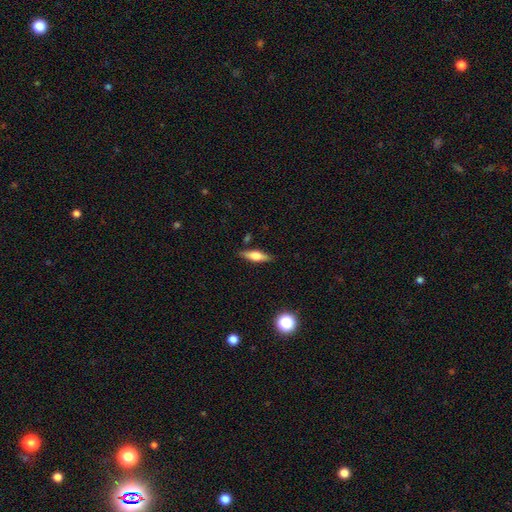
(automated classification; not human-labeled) This is possibly a smooth galaxy (54%). How rounded: possibly cigar-shaped (52%). Merging: clearly none (84%).